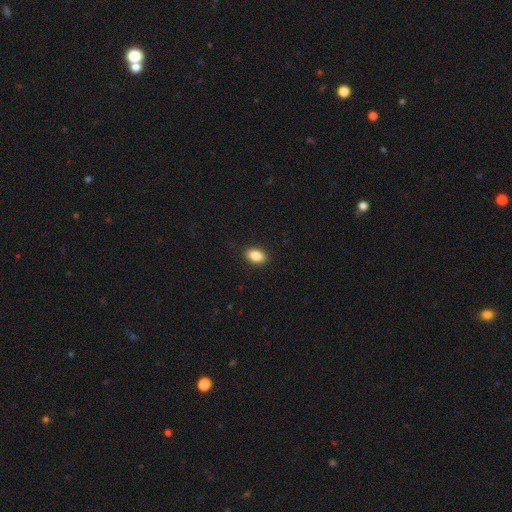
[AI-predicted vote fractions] This appears to be a smooth galaxy with no disk features (86%) that is in between round and cigar-shaped (89%). Merging: none (88%).